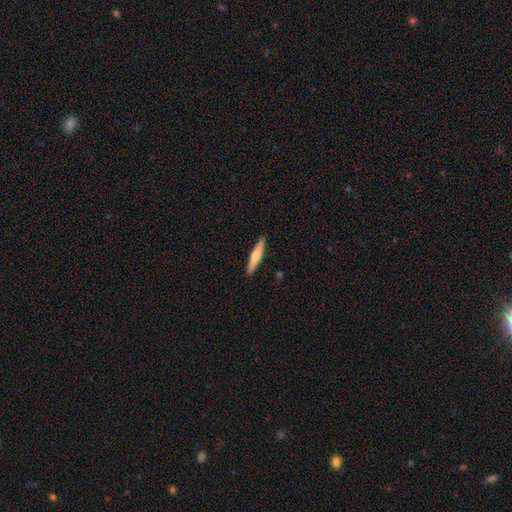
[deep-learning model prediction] A smooth galaxy with no disk features (49%). Merging: none (91%).